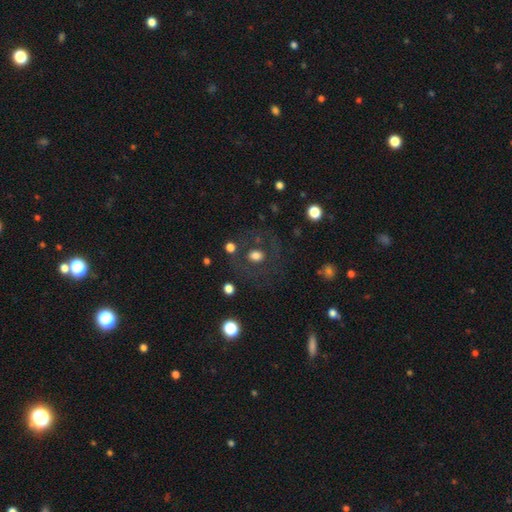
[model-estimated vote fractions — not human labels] Q: Smooth or featured?
A: smooth (65%); runner-up: featured or disk (22%)
Q: How rounded?
A: round (70%); runner-up: in between (29%)
Q: Merging?
A: none (76%); runner-up: minor disturbance (12%)